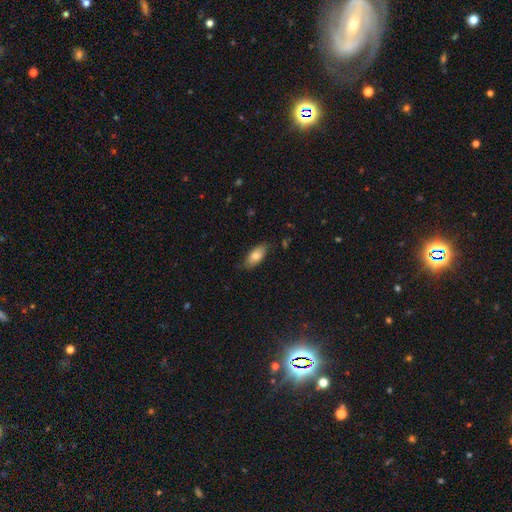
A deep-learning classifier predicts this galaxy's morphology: Overall: smooth (78%). How rounded: in between (87%). Merging: none (78%).